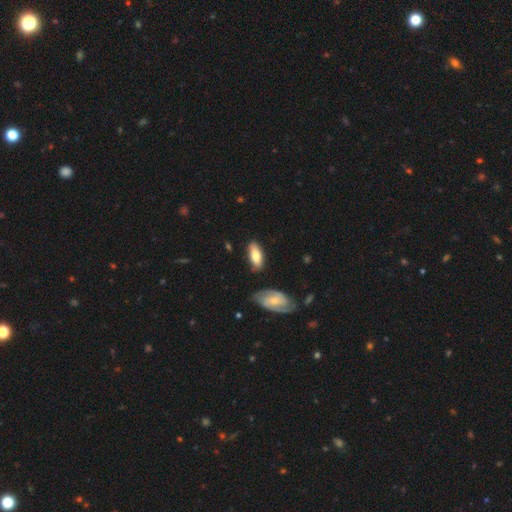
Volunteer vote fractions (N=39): This appears to be a featured or disk galaxy (51%) with no bar (47%), 2 (89%) medium (44%) spiral arms (53%) and a small central bulge (47%). Merging: none (81%).